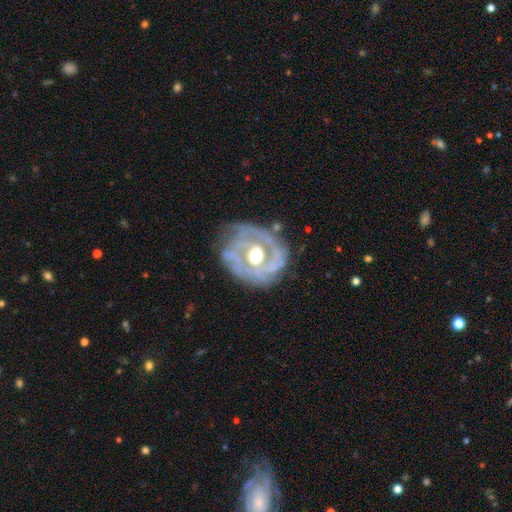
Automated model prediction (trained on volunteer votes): featured or disk 86%, smooth 9%, star or artifact 5%. Down the decision tree: edge-on disk — no (97%); bar — no (64%); spiral arms — yes (84%); spiral arm count — 2 (32%); spiral winding — tight (61%); bulge size — moderate (72%); merging — none (67%).